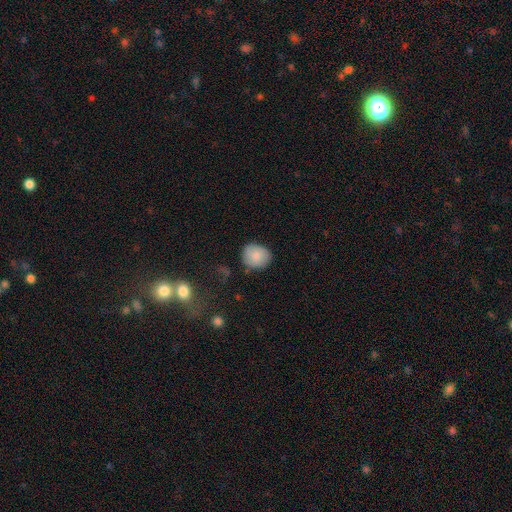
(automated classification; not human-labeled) Smooth or featured? smooth (84%)
How rounded? round (77%)
Merging? none (79%)